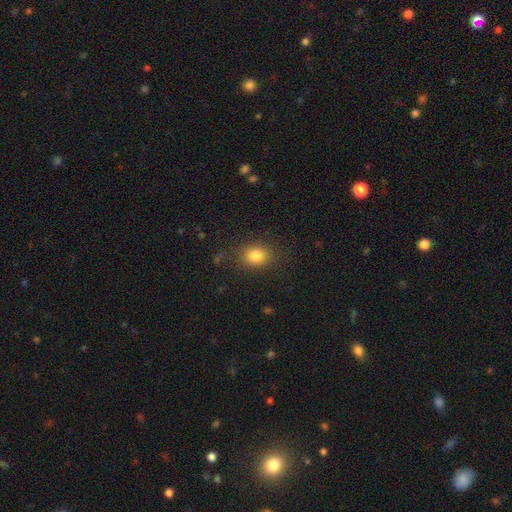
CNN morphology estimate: Smooth or featured? Predicted: smooth (p=0.81). How rounded? Predicted: round (p=0.52). Merging? Predicted: none (p=0.83).